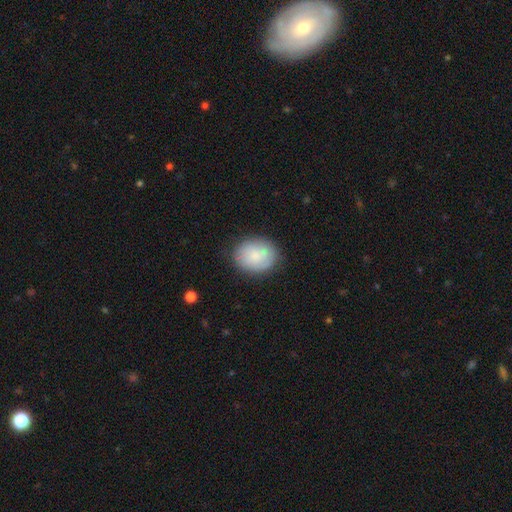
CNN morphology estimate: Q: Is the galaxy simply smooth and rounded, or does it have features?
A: smooth — 78%.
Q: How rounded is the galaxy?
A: round — 55%.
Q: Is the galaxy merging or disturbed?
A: none — 82%.